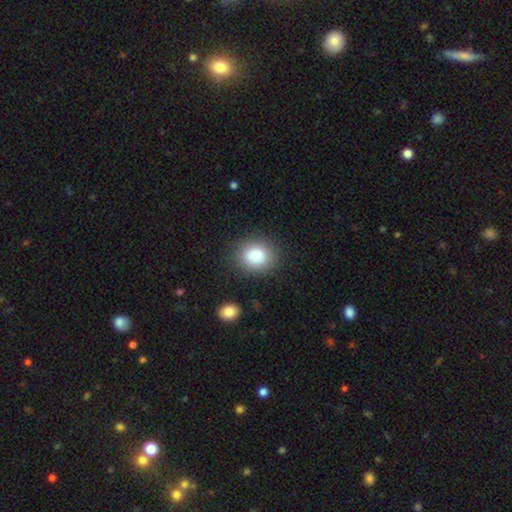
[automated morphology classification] Smooth or featured: smooth — 86% (star or artifact — 8%)
How rounded: round — 66% (in between — 33%)
Merging: none — 82% (minor disturbance — 11%)